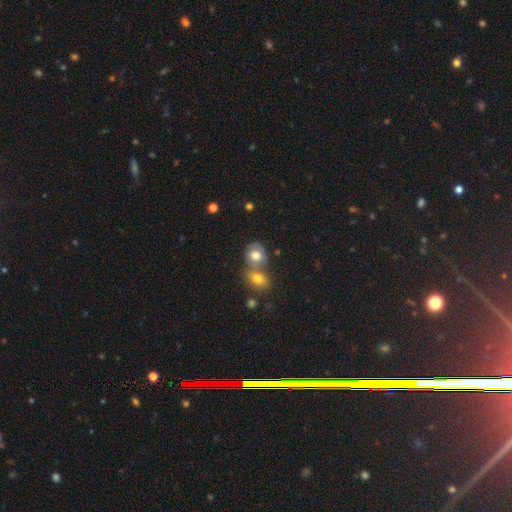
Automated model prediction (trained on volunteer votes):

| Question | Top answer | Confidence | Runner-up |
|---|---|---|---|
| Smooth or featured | smooth | 73% | featured or disk (18%) |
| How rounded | round | 54% | in between (44%) |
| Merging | merger | 51% | none (35%) |